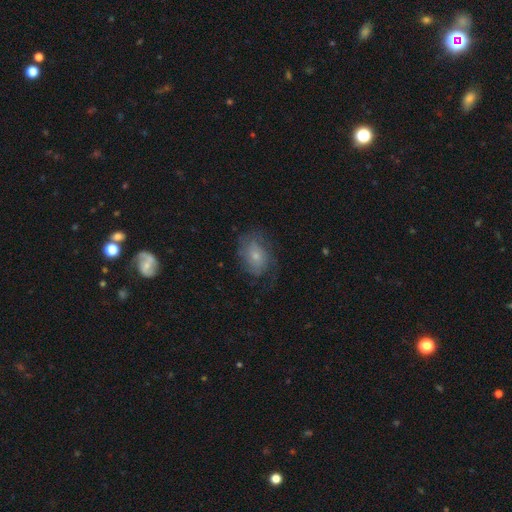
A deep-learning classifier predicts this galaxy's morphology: Smooth or featured: smooth — 48% (featured or disk — 44%)
Merging: none — 58% (minor disturbance — 24%)